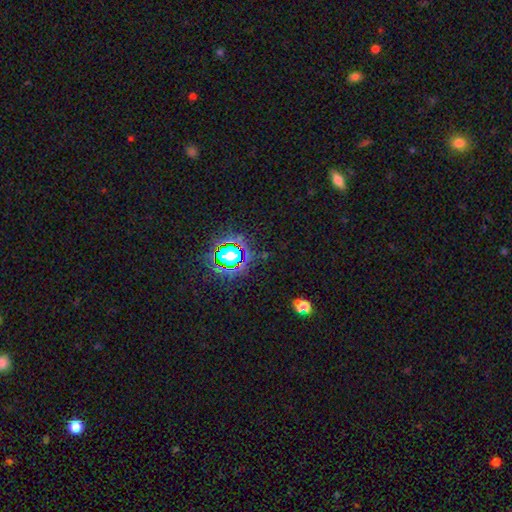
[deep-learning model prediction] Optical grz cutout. It shows a star or artifact, not a galaxy (76%).